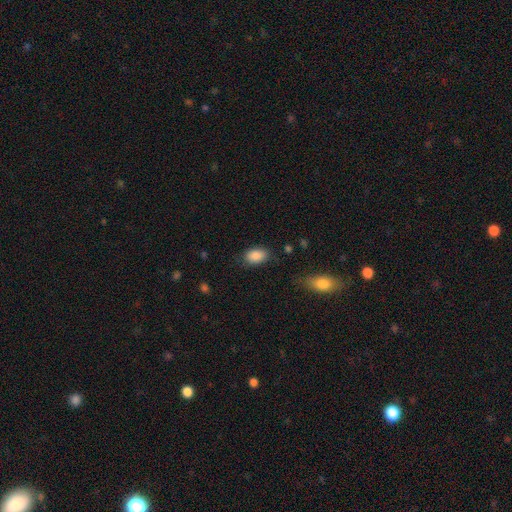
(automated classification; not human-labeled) Q: Smooth or featured?
A: smooth (88%); runner-up: star or artifact (8%)
Q: How rounded?
A: in between (88%); runner-up: round (10%)
Q: Merging?
A: none (78%); runner-up: minor disturbance (16%)